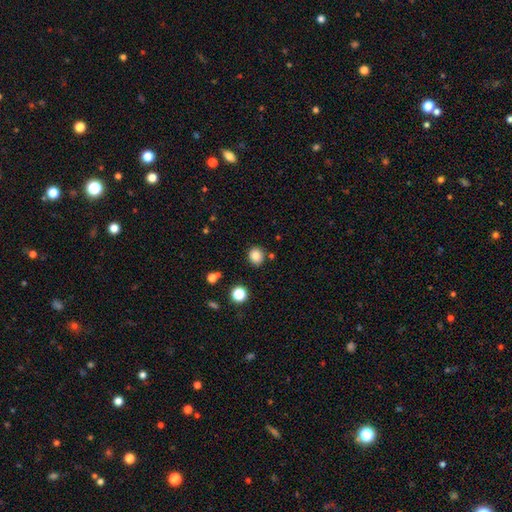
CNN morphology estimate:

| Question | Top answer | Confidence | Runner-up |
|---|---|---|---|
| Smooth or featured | smooth | 84% | star or artifact (11%) |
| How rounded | round | 76% | in between (23%) |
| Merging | none | 85% | minor disturbance (9%) |